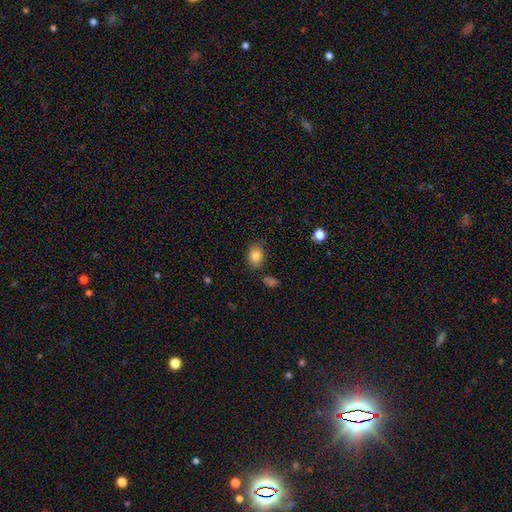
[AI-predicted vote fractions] smooth_or_featured: smooth (p=0.83) [alt: star or artifact p=0.09]
how_rounded: in between (p=0.75) [alt: round p=0.23]
merging: none (p=0.78) [alt: minor disturbance p=0.15]